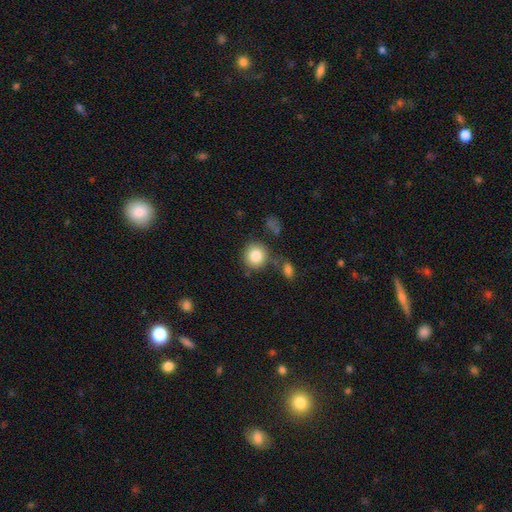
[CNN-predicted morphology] The model was most divided on "merging": none: 74%, minor disturbance: 12%, merger: 9%, major disturbance: 4%. More confident: how rounded — round (87%); smooth or featured — smooth (83%).